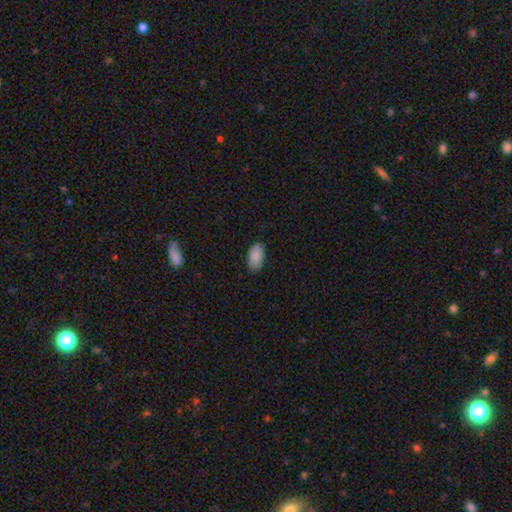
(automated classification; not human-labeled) Q: Smooth or featured?
A: smooth (89%); runner-up: star or artifact (7%)
Q: How rounded?
A: in between (95%); runner-up: round (4%)
Q: Merging?
A: none (83%); runner-up: minor disturbance (14%)